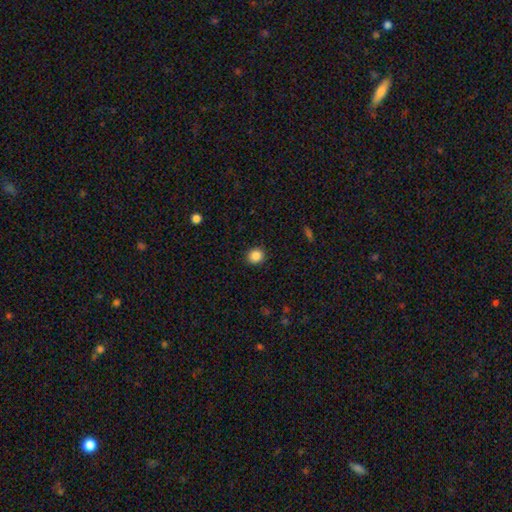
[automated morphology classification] Smooth or featured? smooth (86%)
How rounded? round (86%)
Merging? none (91%)